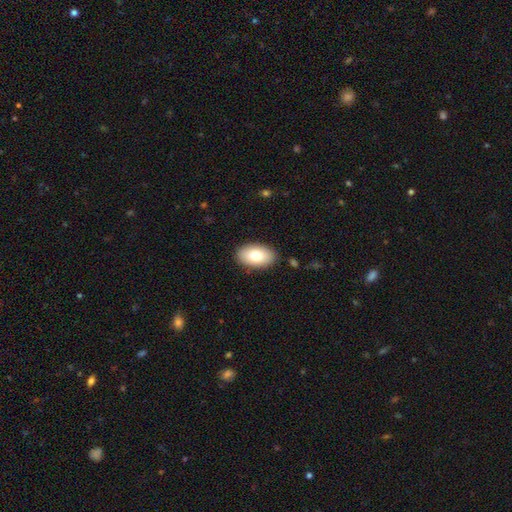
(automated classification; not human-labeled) smooth-or-featured: smooth: 79% | featured or disk: 15% | star or artifact: 6%
  how-rounded: in between: 94% | round: 5% | cigar-shaped: 1%
  merging: none: 88% | minor disturbance: 8% | major disturbance: 2% | merger: 1%